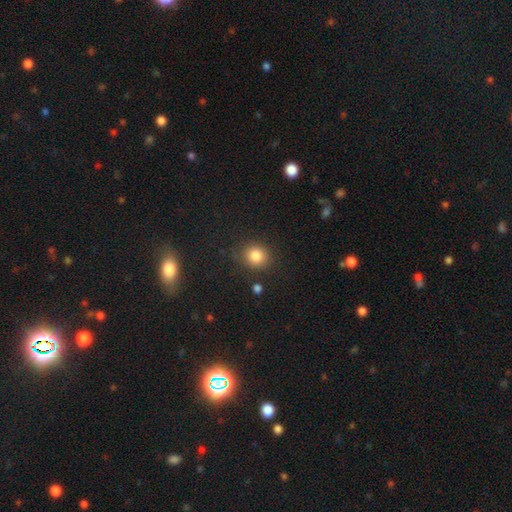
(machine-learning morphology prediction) Overall: smooth (84%). How rounded: round (82%). Merging: none (83%).